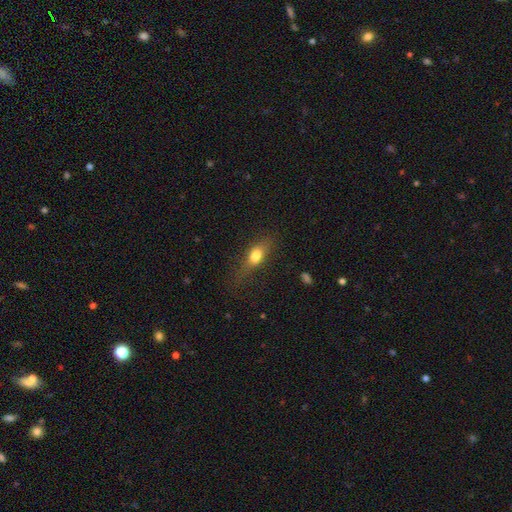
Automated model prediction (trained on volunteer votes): A smooth galaxy with no disk features (71%) that is in between round and cigar-shaped (66%).

Vote fractions:
- Smooth or featured? smooth: 71% / featured or disk: 19% / star or artifact: 10%
- How rounded? in between: 66% / cigar-shaped: 25% / round: 9%
- Merging? none: 56% / minor disturbance: 25% / major disturbance: 16% / merger: 3%